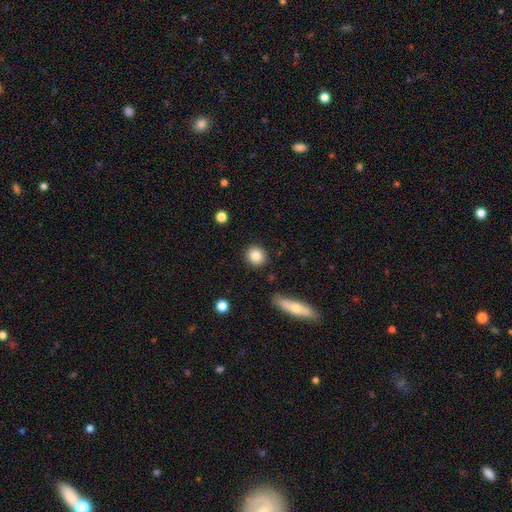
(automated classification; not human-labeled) Morphology: type=smooth (85%); roundness=round (86%); merging=none (89%).